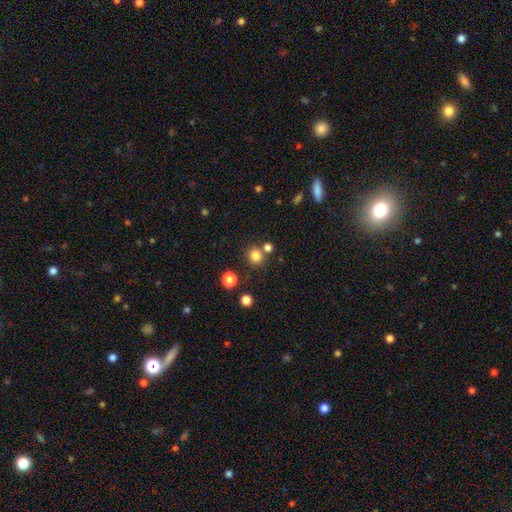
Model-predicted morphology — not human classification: Q: Smooth or featured?
A: smooth (82%); runner-up: star or artifact (14%)
Q: How rounded?
A: round (87%); runner-up: in between (12%)
Q: Merging?
A: none (74%); runner-up: merger (15%)